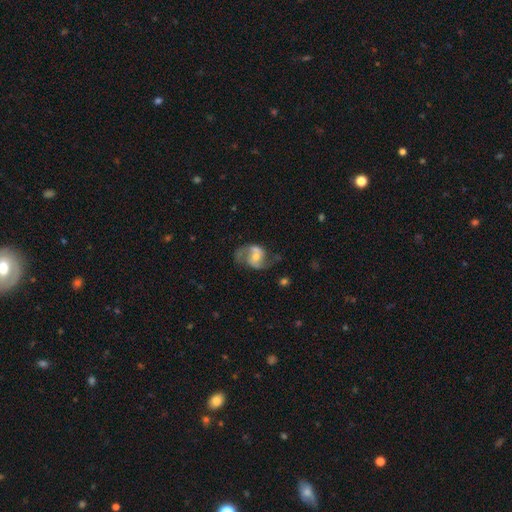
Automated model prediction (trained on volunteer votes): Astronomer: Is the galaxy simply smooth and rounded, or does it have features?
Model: featured or disk — 82%.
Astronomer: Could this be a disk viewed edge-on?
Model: no — 98%.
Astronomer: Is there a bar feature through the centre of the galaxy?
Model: no — 46% (runner-up: weak, 41%).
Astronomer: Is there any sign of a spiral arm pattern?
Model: yes — 93%.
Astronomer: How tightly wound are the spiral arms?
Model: medium — 46% (runner-up: loose, 43%).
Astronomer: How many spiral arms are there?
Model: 2 — 89%.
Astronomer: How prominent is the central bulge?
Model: moderate — 50% (runner-up: small, 40%).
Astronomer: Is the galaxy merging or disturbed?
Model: none — 60%.